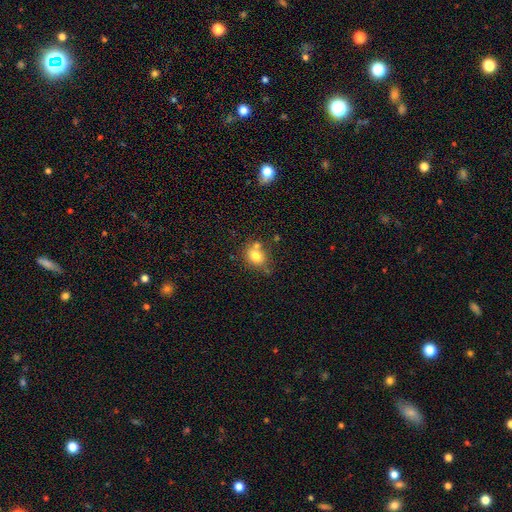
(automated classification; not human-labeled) Smooth or featured: smooth — 77% (featured or disk — 11%)
How rounded: round — 65% (in between — 34%)
Merging: none — 57% (merger — 21%)